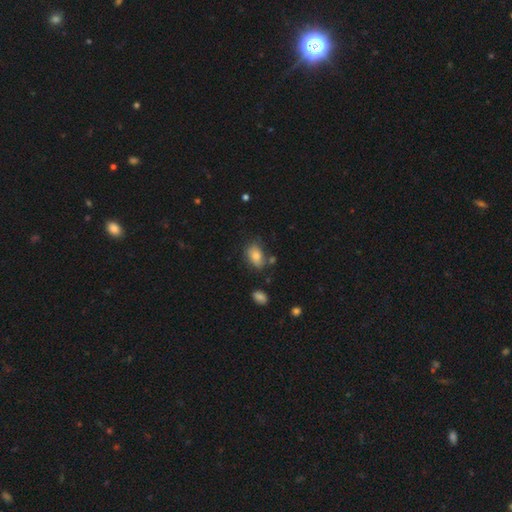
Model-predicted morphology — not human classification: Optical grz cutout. It shows a smooth galaxy with no disk features (81%) that is in between round and cigar-shaped (84%). Merging: none (67%).